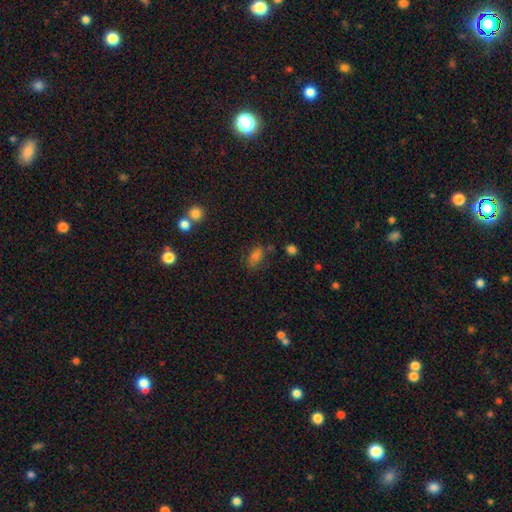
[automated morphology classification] smooth 66%, star or artifact 22%, featured or disk 12%. Down the decision tree: how rounded — in between (83%); merging — none (60%).